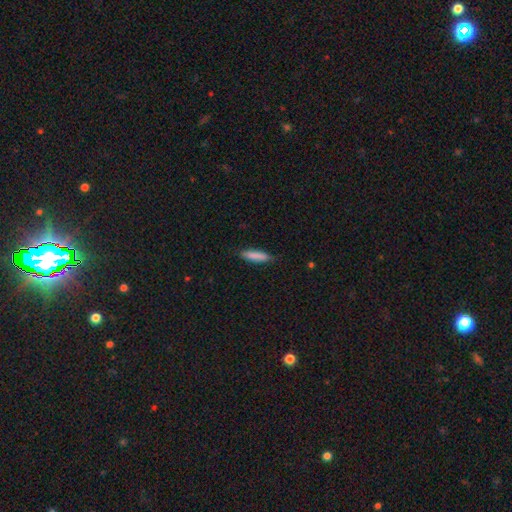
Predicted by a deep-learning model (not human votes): The model was most divided on "how rounded": cigar-shaped: 74%, in between: 24%, round: 1%. More confident: smooth or featured — smooth (86%); merging — none (85%).